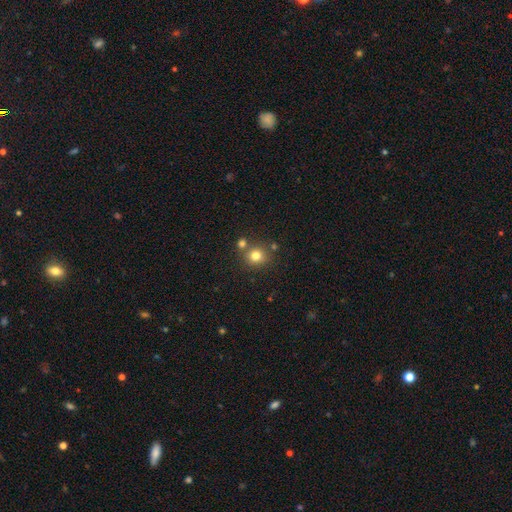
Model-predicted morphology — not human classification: smooth_or_featured: smooth (p=0.79) [alt: star or artifact p=0.13]
how_rounded: round (p=0.88) [alt: in between p=0.11]
merging: none (p=0.70) [alt: merger p=0.19]